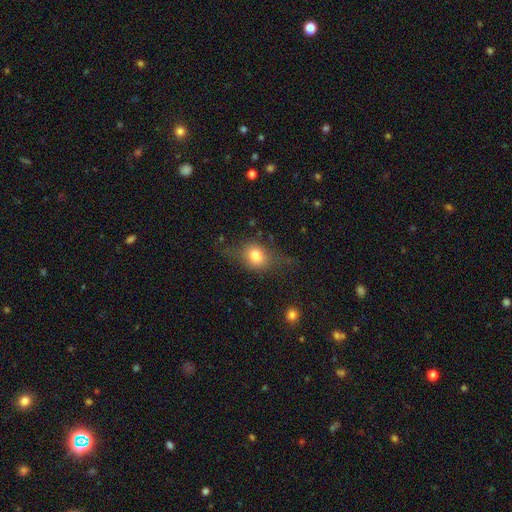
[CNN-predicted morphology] Smooth or featured: smooth — 68% (featured or disk — 21%)
How rounded: in between — 49% (round — 47%)
Merging: none — 58% (minor disturbance — 25%)